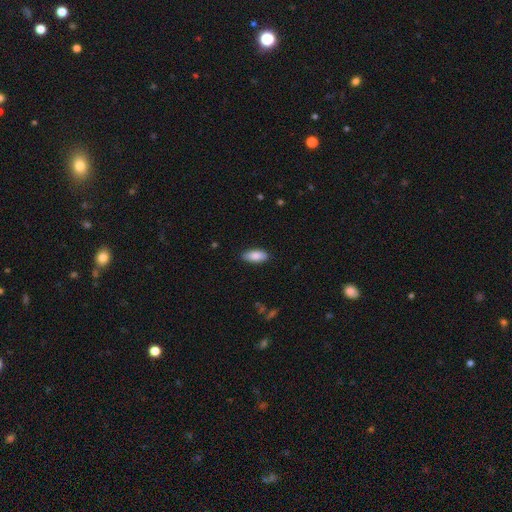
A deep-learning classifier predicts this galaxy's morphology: The model was most divided on "how rounded": in between: 87%, cigar-shaped: 11%, round: 2%. More confident: merging — none (88%); smooth or featured — smooth (87%).